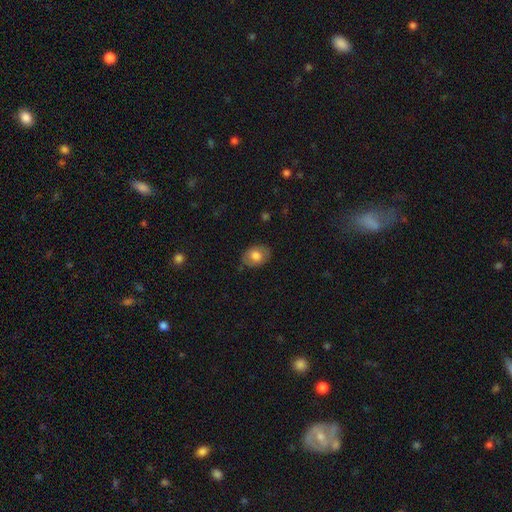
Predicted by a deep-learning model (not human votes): Smooth or featured? Predicted: smooth (p=0.72). How rounded? Predicted: in between (p=0.71). Merging? Predicted: none (p=0.80).